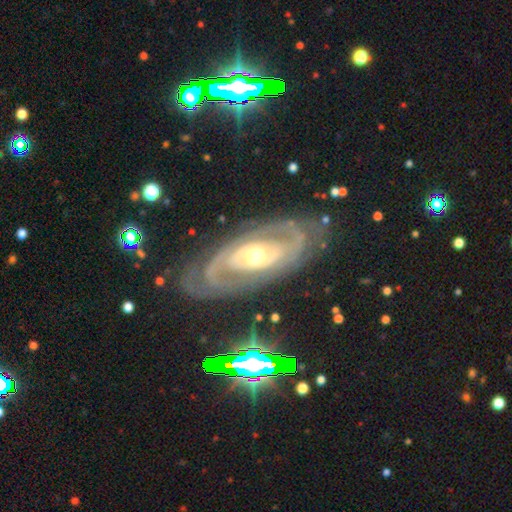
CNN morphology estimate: featured or disk 86%, smooth 9%, star or artifact 5%. Down the decision tree: edge-on disk — no (93%); bar — no (65%); spiral arms — yes (82%); spiral arm count — 2 (58%); spiral winding — tight (58%); bulge size — moderate (69%); merging — none (77%).